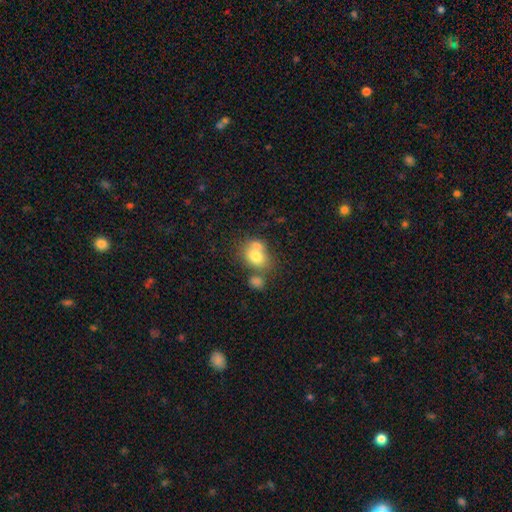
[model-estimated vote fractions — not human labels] Smooth or featured?
  - smooth: 72% *
  - featured or disk: 18%
  - star or artifact: 10%
How rounded?
  - round: 54% *
  - in between: 45%
  - cigar-shaped: 1%
Merging?
  - merger: 46% *
  - none: 37%
  - minor disturbance: 12%
  - major disturbance: 5%